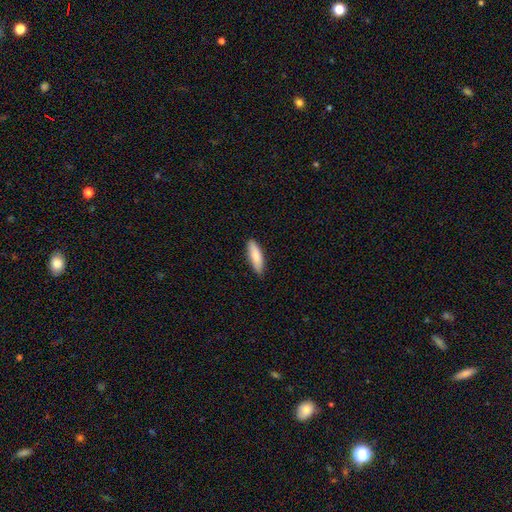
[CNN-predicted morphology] smooth_or_featured: smooth (p=0.84) [alt: featured or disk p=0.10]
how_rounded: cigar-shaped (p=0.51) [alt: in between p=0.47]
merging: none (p=0.87) [alt: minor disturbance p=0.10]